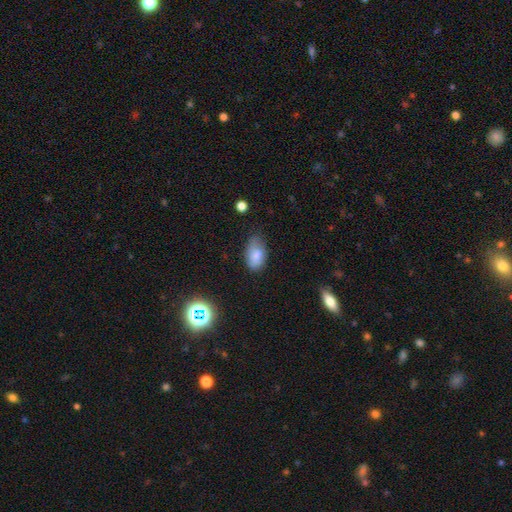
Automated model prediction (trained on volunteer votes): A smooth galaxy with no disk features (81%) that is in between round and cigar-shaped (92%). Merging: none (55%).